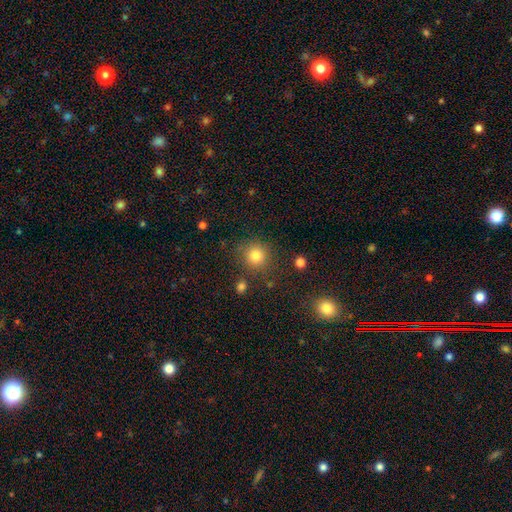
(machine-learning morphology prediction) smooth-or-featured: smooth: 82% | star or artifact: 12% | featured or disk: 6%
  how-rounded: round: 92% | in between: 7% | cigar-shaped: 1%
  merging: none: 84% | minor disturbance: 9% | merger: 4% | major disturbance: 4%